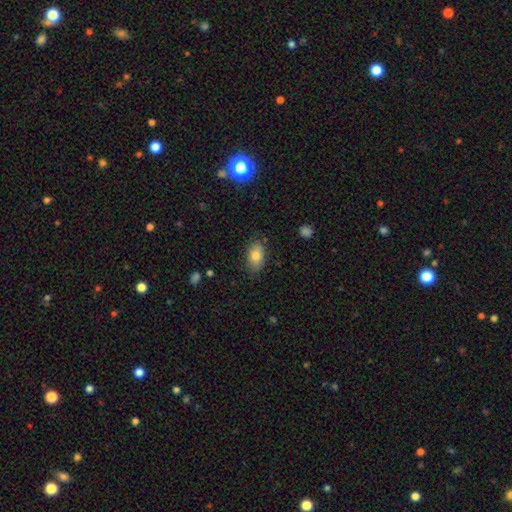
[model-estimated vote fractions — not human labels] Smooth or featured? Predicted: smooth (p=0.80). How rounded? Predicted: in between (p=0.89). Merging? Predicted: none (p=0.81).